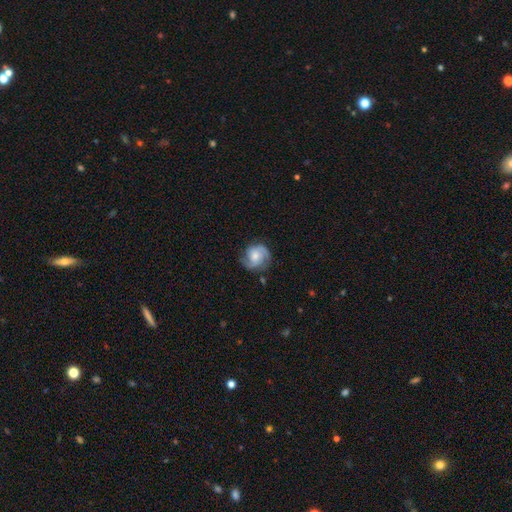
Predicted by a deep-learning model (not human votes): Q: Smooth or featured?
A: featured or disk (69%); runner-up: smooth (24%)
Q: Edge-on disk?
A: no (98%); runner-up: yes (2%)
Q: Bar?
A: no (66%); runner-up: weak (29%)
Q: Spiral arms?
A: yes (94%); runner-up: no (6%)
Q: Spiral winding?
A: medium (46%); runner-up: tight (36%)
Q: Spiral arm count?
A: 2 (58%); runner-up: 3 (22%)
Q: Bulge size?
A: moderate (52%); runner-up: small (30%)
Q: Merging?
A: none (73%); runner-up: minor disturbance (19%)